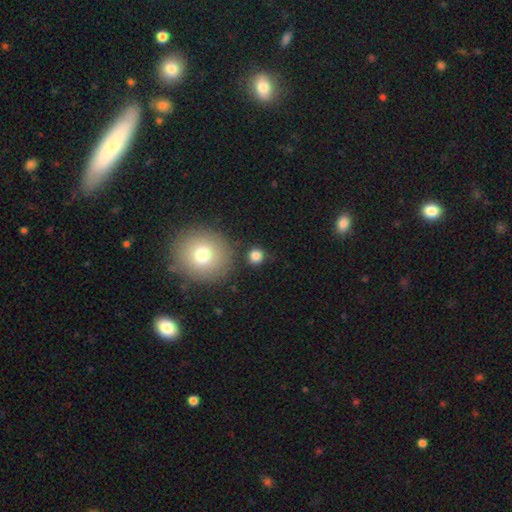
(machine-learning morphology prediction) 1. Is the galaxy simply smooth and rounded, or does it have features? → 82% smooth, 12% star or artifact, 6% featured or disk.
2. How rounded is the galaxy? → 91% round, 8% in between, 1% cigar-shaped.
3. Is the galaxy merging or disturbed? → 81% none, 9% minor disturbance, 6% merger, 4% major disturbance.